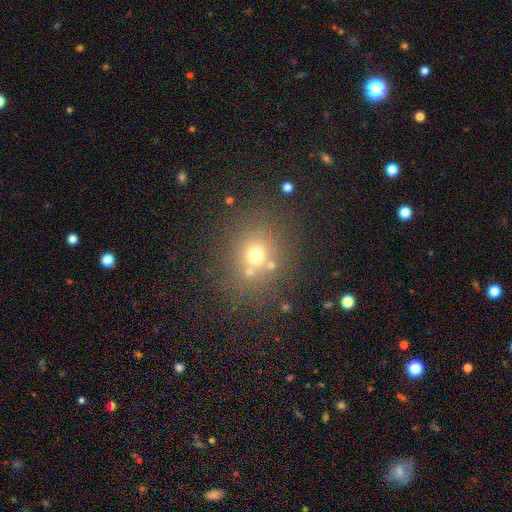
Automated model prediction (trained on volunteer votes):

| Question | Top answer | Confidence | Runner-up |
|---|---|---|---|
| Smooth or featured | smooth | 64% | star or artifact (23%) |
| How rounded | round | 78% | in between (21%) |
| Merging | none | 74% | merger (11%) |